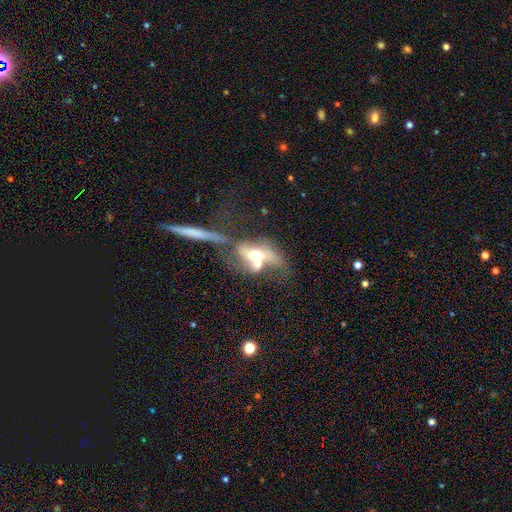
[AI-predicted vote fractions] A featured or disk galaxy (52%). Merging: merger (55%).